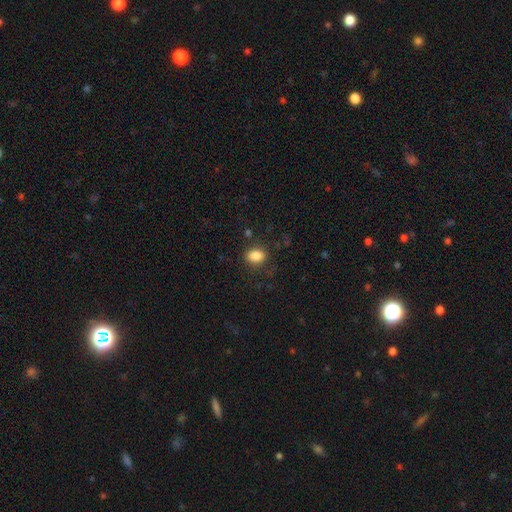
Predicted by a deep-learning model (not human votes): The model was most divided on "how rounded": in between: 75%, round: 23%, cigar-shaped: 1%. More confident: smooth or featured — smooth (86%); merging — none (81%).